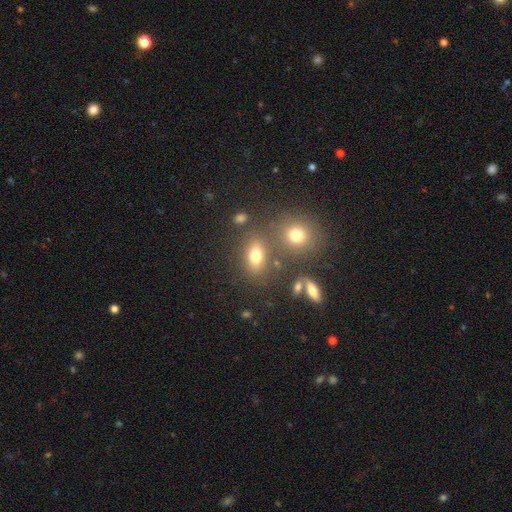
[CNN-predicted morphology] smooth 72%, star or artifact 16%, featured or disk 12%. Down the decision tree: how rounded — in between (70%); merging — none (67%).